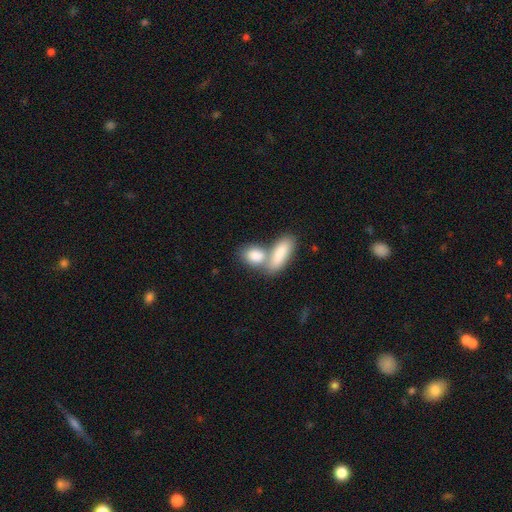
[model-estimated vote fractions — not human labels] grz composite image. It shows a smooth galaxy with no disk features (83%) that is in between round and cigar-shaped (78%). Merging: merger (56%).